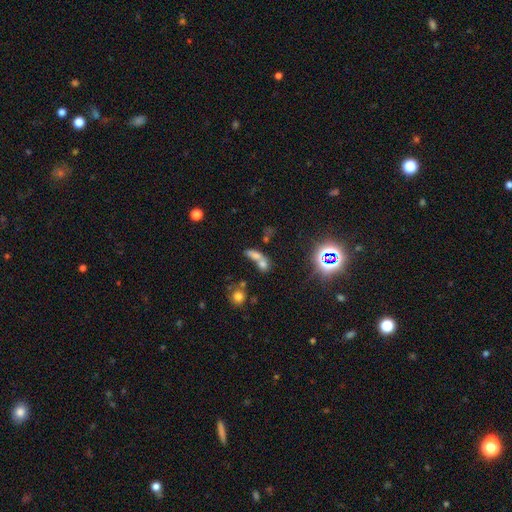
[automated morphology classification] This is possibly a smooth galaxy (57%). How rounded: possibly in between (59%). Merging: likely merger (61%).